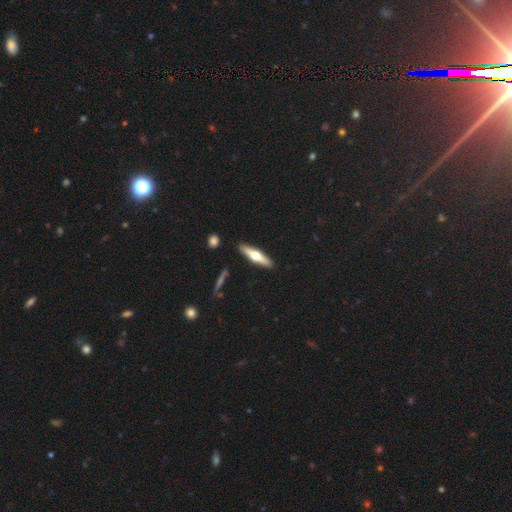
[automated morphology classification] Smooth or featured? Predicted: featured or disk (p=0.55). Edge-on disk? Predicted: yes (p=0.93). Edge-on bulge? Predicted: rounded (p=0.94). Merging? Predicted: none (p=0.90).